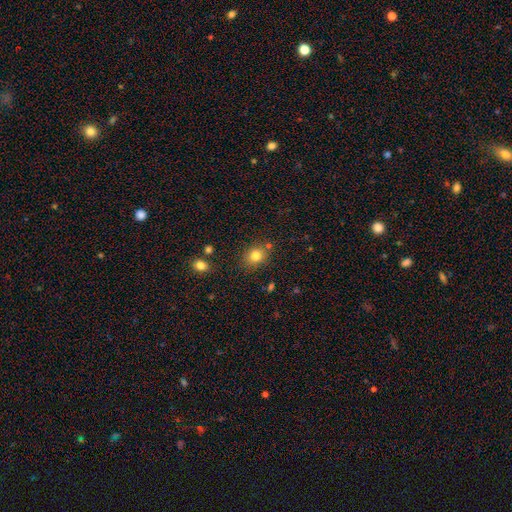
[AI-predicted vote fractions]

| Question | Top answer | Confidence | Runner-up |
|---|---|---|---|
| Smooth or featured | smooth | 80% | star or artifact (12%) |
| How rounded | round | 66% | in between (33%) |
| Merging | none | 78% | minor disturbance (12%) |